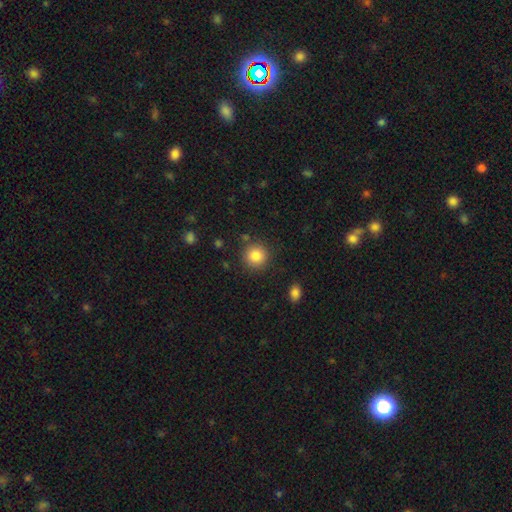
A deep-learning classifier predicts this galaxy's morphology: smooth-or-featured: smooth: 85% | star or artifact: 10% | featured or disk: 5%
  how-rounded: round: 93% | in between: 6% | cigar-shaped: 1%
  merging: none: 88% | minor disturbance: 7% | major disturbance: 3% | merger: 2%